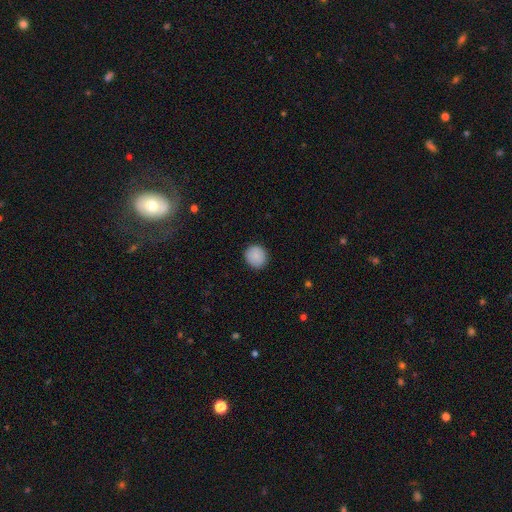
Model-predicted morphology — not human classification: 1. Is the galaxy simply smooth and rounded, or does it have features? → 88% smooth, 7% star or artifact, 5% featured or disk.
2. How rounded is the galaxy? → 91% round, 8% in between, 1% cigar-shaped.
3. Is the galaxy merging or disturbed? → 90% none, 7% minor disturbance, 2% major disturbance, 1% merger.